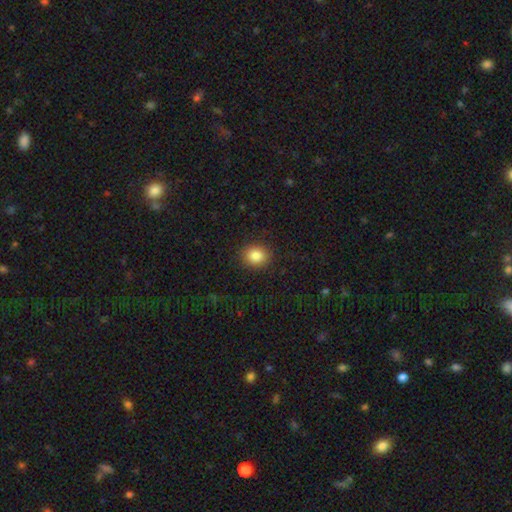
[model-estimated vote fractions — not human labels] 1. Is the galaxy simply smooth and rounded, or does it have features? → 85% smooth, 10% star or artifact, 5% featured or disk.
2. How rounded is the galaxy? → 72% round, 27% in between, 1% cigar-shaped.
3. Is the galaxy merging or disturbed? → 90% none, 7% minor disturbance, 2% major disturbance, 1% merger.